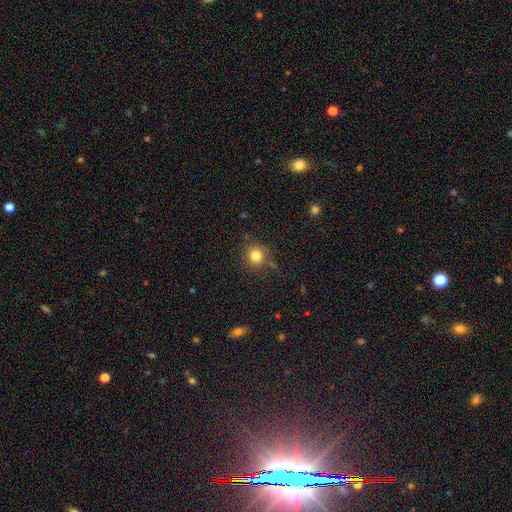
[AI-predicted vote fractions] This is clearly a smooth galaxy (82%). How rounded: clearly round (89%). Merging: clearly none (82%).